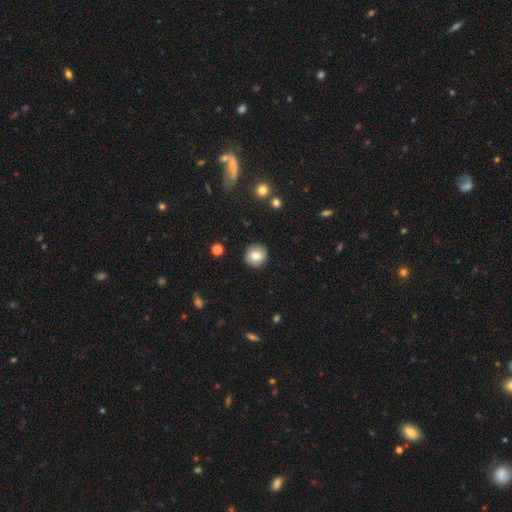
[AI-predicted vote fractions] Smooth or featured? smooth (76%)
How rounded? round (92%)
Merging? none (90%)